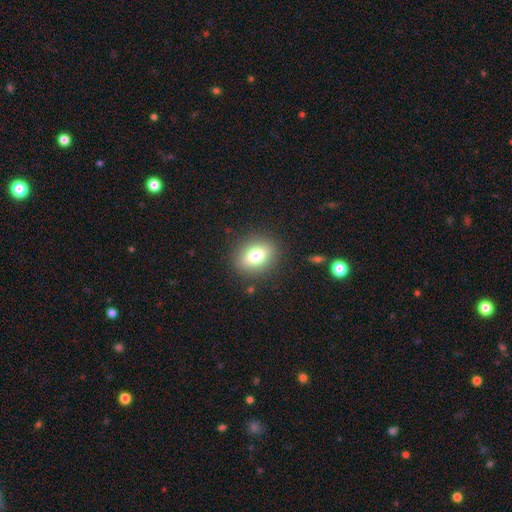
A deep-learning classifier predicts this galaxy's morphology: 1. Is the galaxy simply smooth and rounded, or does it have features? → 73% smooth, 16% featured or disk, 11% star or artifact.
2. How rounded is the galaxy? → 52% in between, 46% round, 2% cigar-shaped.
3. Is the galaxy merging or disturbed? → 87% none, 9% minor disturbance, 3% major disturbance, 1% merger.